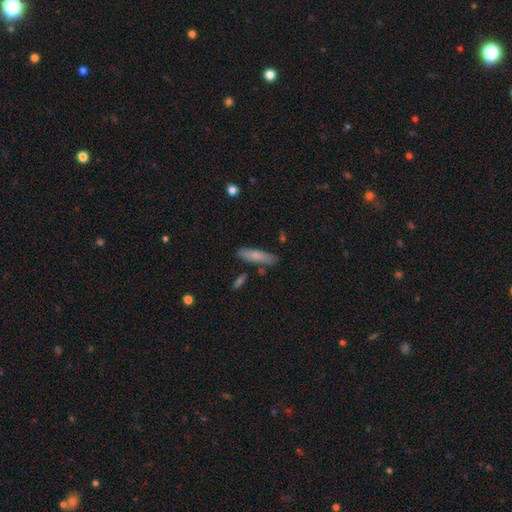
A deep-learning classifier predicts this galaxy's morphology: This is likely a smooth galaxy (75%). How rounded: likely cigar-shaped (66%). Merging: likely none (79%).